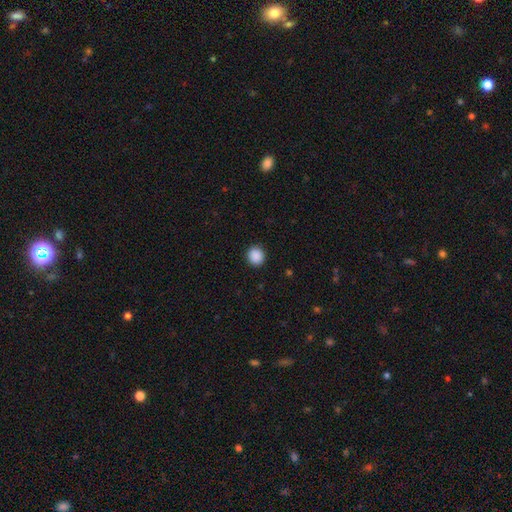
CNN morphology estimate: smooth 89%, star or artifact 9%, featured or disk 2%. Down the decision tree: how rounded — round (87%); merging — none (91%).